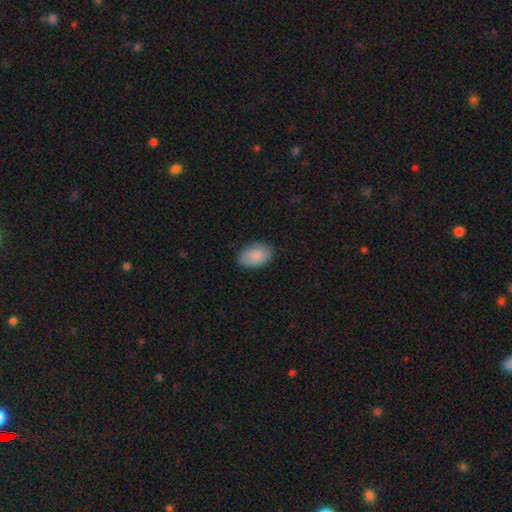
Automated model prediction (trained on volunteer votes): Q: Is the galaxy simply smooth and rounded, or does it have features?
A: smooth — 89%.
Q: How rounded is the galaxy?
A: in between — 90%.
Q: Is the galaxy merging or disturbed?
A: none — 84%.